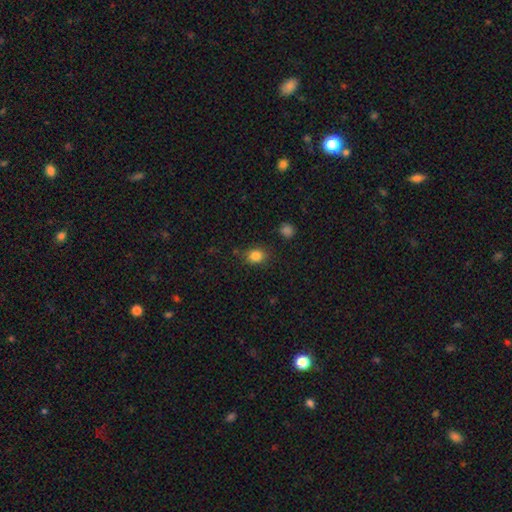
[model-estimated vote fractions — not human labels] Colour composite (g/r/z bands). It shows a smooth galaxy with no disk features (83%) that is round (59%). Merging: none (81%).